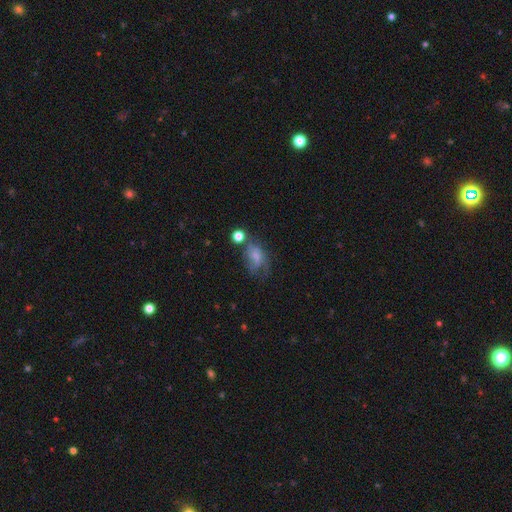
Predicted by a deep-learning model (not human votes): Smooth or featured? smooth (54%)
How rounded? in between (76%)
Merging? major disturbance (33%)